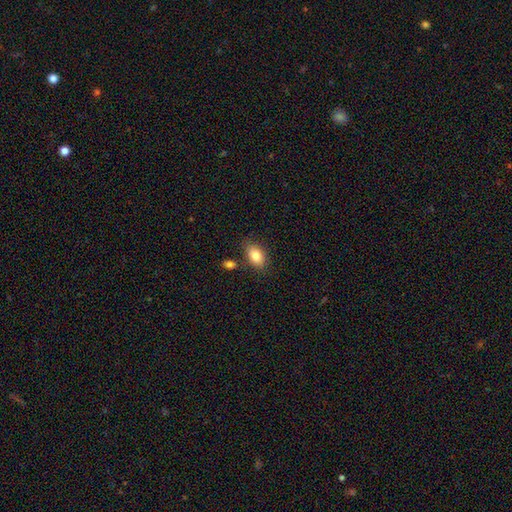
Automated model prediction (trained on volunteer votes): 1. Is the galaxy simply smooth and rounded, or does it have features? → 83% smooth, 10% featured or disk, 8% star or artifact.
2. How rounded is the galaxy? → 88% in between, 10% round, 2% cigar-shaped.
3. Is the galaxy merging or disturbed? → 78% none, 13% minor disturbance, 7% merger, 3% major disturbance.